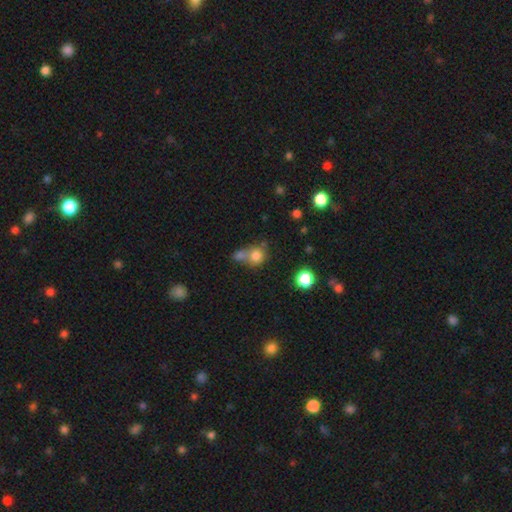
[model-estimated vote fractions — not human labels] Smooth or featured: smooth — 77% (star or artifact — 13%)
How rounded: round — 75% (in between — 24%)
Merging: merger — 49% (none — 35%)